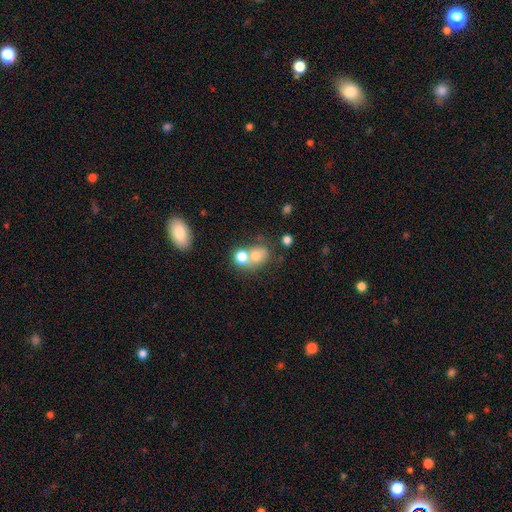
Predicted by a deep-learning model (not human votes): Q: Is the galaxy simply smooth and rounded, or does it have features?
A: smooth — 71%.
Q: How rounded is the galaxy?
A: round — 60%.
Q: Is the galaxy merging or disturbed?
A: merger — 51%.